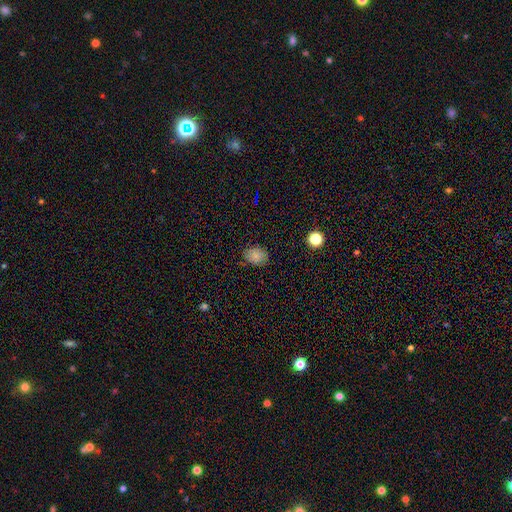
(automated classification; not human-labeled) Smooth or featured?
  - smooth: 79% *
  - star or artifact: 12%
  - featured or disk: 9%
How rounded?
  - in between: 62% *
  - round: 38%
  - cigar-shaped: 1%
Merging?
  - none: 83% *
  - minor disturbance: 13%
  - major disturbance: 3%
  - merger: 1%